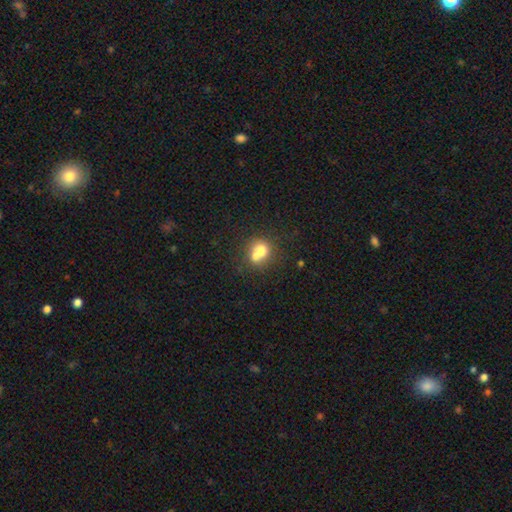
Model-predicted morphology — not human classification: This is likely a smooth galaxy (67%). How rounded: likely round (78%). Merging: possibly merger (57%).